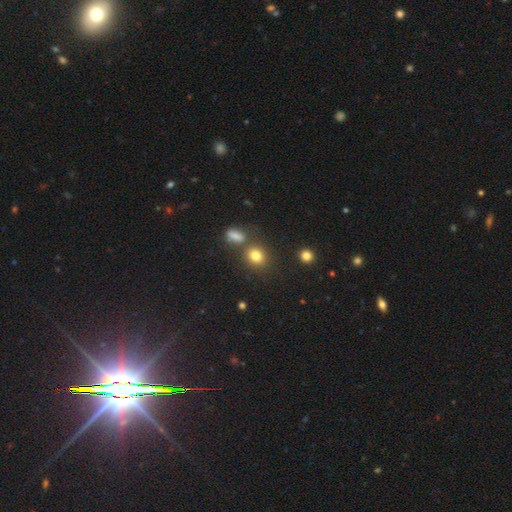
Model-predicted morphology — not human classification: Smooth or featured? smooth (80%)
How rounded? round (68%)
Merging? none (70%)